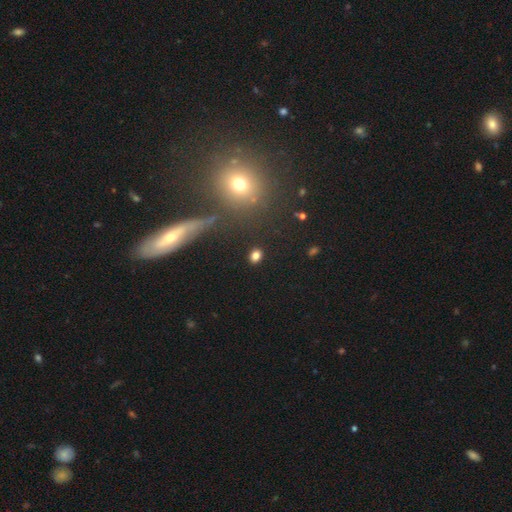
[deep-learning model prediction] The model was most divided on "how rounded": in between: 56%, round: 41%, cigar-shaped: 2%. More confident: merging — none (87%); smooth or featured — smooth (81%).